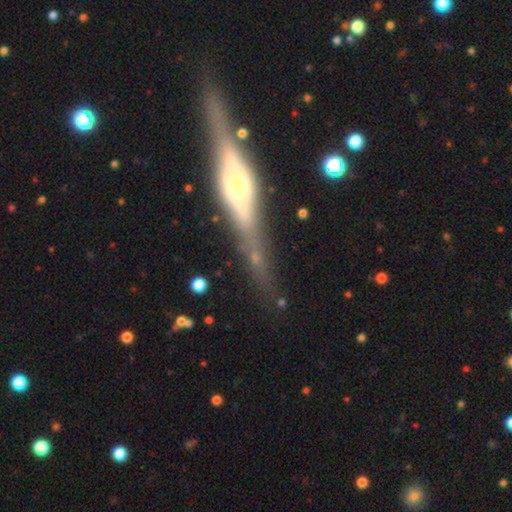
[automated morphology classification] Smooth or featured?
  - featured or disk: 79% *
  - smooth: 14%
  - star or artifact: 8%
Edge-on disk?
  - yes: 95% *
  - no: 5%
Edge-on bulge?
  - rounded: 64% *
  - boxy: 31%
  - none: 5%
Merging?
  - none: 79% *
  - minor disturbance: 13%
  - major disturbance: 5%
  - merger: 3%